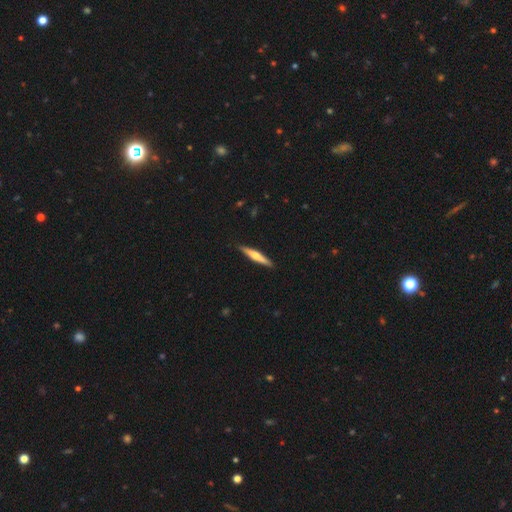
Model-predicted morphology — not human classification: Smooth or featured? Predicted: featured or disk (p=0.54). Edge-on disk? Predicted: yes (p=0.97). Edge-on bulge? Predicted: rounded (p=0.83). Merging? Predicted: none (p=0.90).